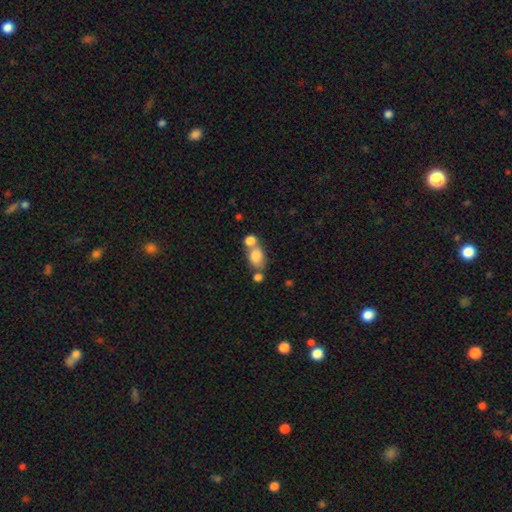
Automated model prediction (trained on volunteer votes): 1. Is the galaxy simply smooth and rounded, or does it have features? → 78% smooth, 12% featured or disk, 9% star or artifact.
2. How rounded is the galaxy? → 65% in between, 34% round, 2% cigar-shaped.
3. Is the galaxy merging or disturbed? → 47% merger, 37% none, 11% minor disturbance, 6% major disturbance.